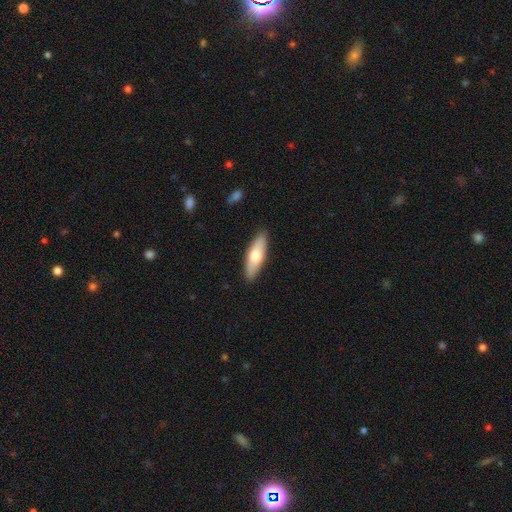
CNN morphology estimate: Smooth or featured? Predicted: smooth (p=0.66). How rounded? Predicted: cigar-shaped (p=0.52). Merging? Predicted: none (p=0.88).